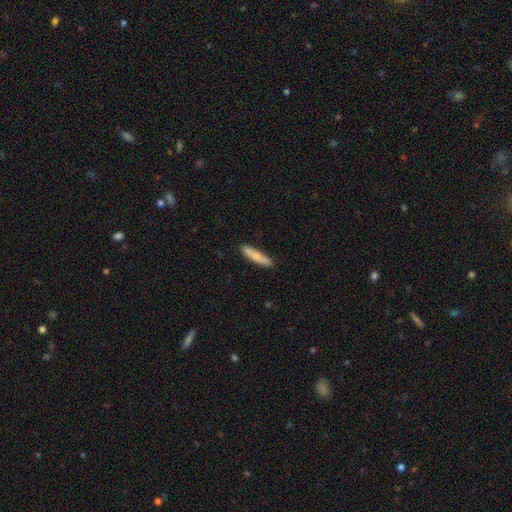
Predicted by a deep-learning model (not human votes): A smooth galaxy with no disk features (70%) that is cigar-shaped (85%). Merging: none (88%).